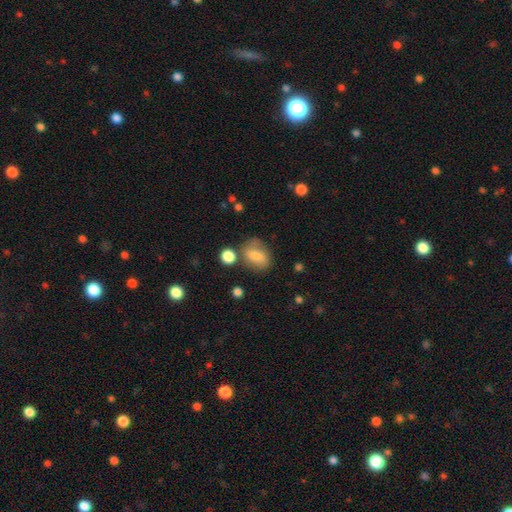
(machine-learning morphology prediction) Smooth or featured: smooth — 70% (featured or disk — 21%)
How rounded: in between — 67% (round — 31%)
Merging: none — 61% (minor disturbance — 21%)